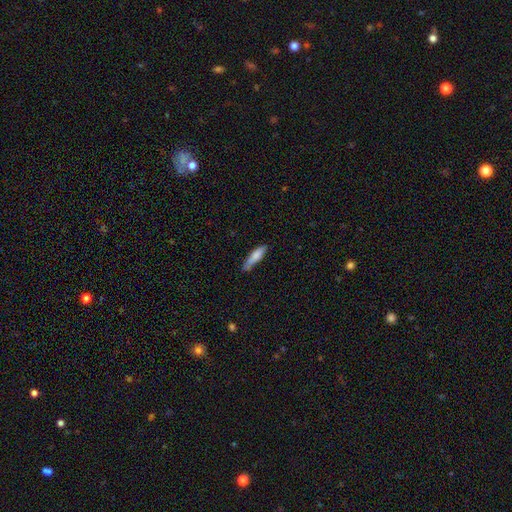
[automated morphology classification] Overall: smooth (77%). How rounded: cigar-shaped (74%). Merging: none (63%; minor disturbance 29%).